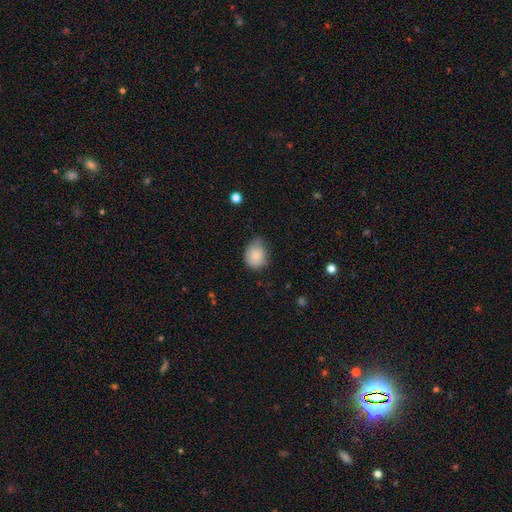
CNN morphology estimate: A smooth galaxy with no disk features (79%) that is round (60%).

Vote fractions:
- Smooth or featured? smooth: 79% / featured or disk: 12% / star or artifact: 9%
- How rounded? round: 60% / in between: 39% / cigar-shaped: 1%
- Merging? none: 47% / minor disturbance: 42% / major disturbance: 9% / merger: 2%